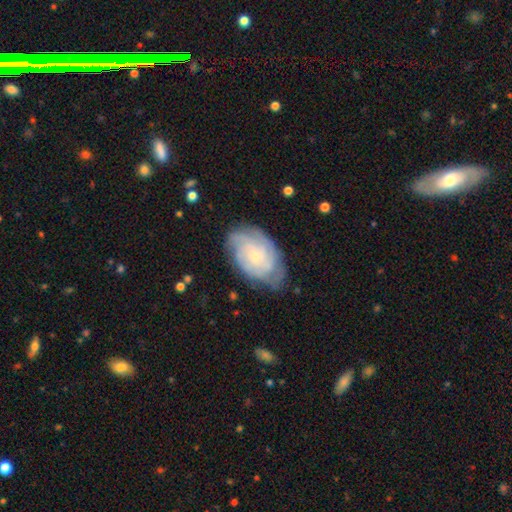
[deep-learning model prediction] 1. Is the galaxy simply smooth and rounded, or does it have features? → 73% featured or disk, 20% smooth, 7% star or artifact.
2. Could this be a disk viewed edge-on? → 97% no, 3% yes.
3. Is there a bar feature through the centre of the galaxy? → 76% no, 21% weak, 3% strong.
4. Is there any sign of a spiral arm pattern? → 93% yes, 7% no.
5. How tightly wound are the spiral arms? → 68% tight, 26% medium, 7% loose.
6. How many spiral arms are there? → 42% can't tell, 19% 4, 16% 3, 11% 2, 7% more than 4, 5% 1.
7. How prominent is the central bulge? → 76% small, 15% moderate, 6% none, 2% large, 1% dominant.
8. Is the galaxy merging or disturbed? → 70% none, 22% minor disturbance, 7% major disturbance, 2% merger.